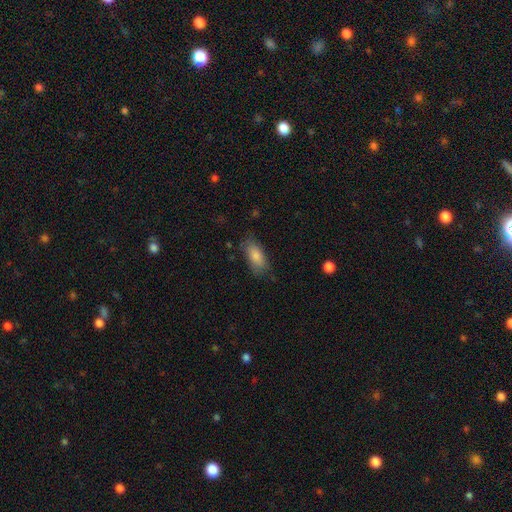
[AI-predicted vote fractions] smooth_or_featured: smooth (p=0.80) [alt: featured or disk p=0.13]
how_rounded: in between (p=0.82) [alt: cigar-shaped p=0.15]
merging: none (p=0.76) [alt: minor disturbance p=0.18]